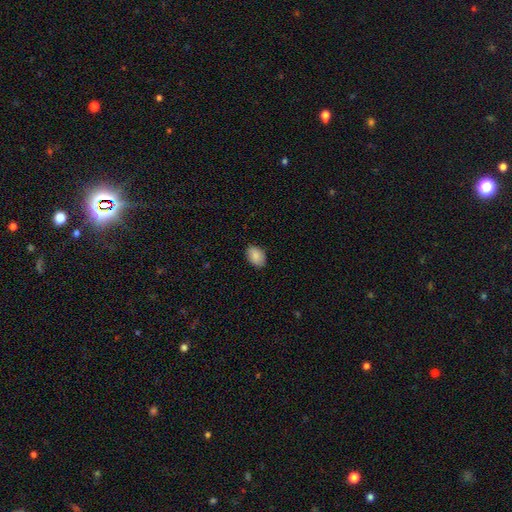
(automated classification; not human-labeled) Smooth or featured? Predicted: smooth (p=0.86). How rounded? Predicted: in between (p=0.85). Merging? Predicted: none (p=0.87).